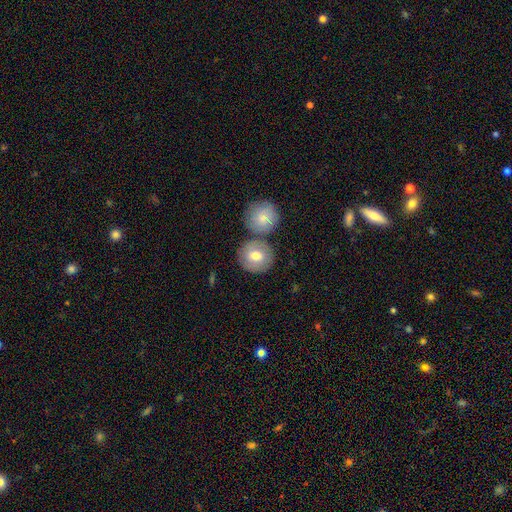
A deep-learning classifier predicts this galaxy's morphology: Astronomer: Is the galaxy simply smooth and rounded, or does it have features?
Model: smooth — 73%.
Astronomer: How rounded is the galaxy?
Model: round — 87%.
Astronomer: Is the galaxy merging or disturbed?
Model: none — 67%.